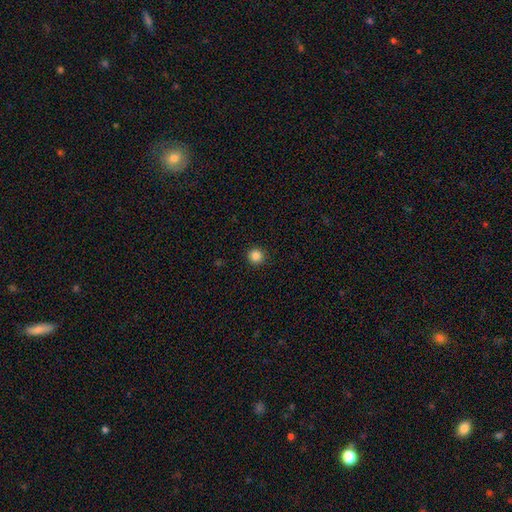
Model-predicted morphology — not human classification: Smooth or featured: smooth — 86% (star or artifact — 11%)
How rounded: round — 95% (in between — 4%)
Merging: none — 93% (minor disturbance — 4%)